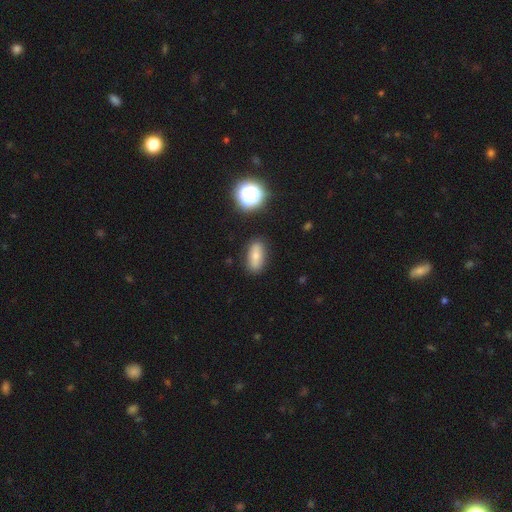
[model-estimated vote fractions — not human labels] This appears to be a smooth galaxy with no disk features (73%) that is in between round and cigar-shaped (78%). Merging: none (85%).